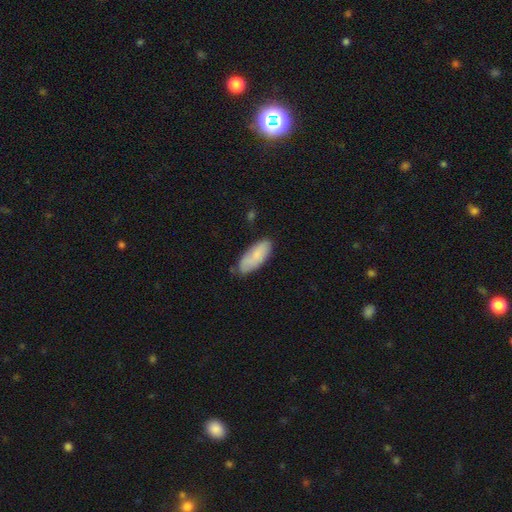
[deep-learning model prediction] Smooth or featured?
  - smooth: 77% *
  - featured or disk: 17%
  - star or artifact: 6%
How rounded?
  - in between: 82% *
  - cigar-shaped: 16%
  - round: 2%
Merging?
  - none: 72% *
  - minor disturbance: 22%
  - major disturbance: 4%
  - merger: 2%